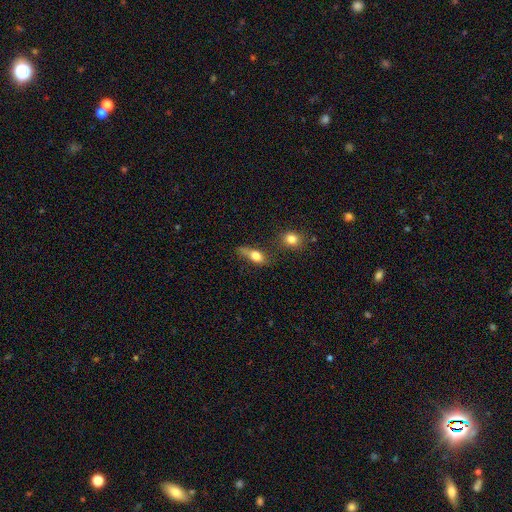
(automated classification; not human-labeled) A smooth galaxy with no disk features (75%) that is in between round and cigar-shaped (69%). Merging: none (38%).